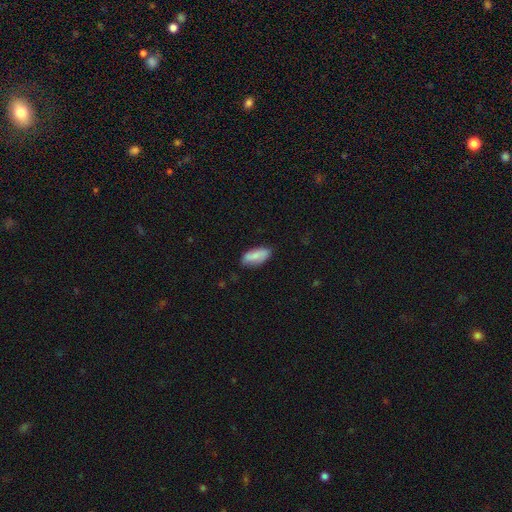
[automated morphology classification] Smooth or featured?
  - smooth: 80% *
  - featured or disk: 14%
  - star or artifact: 6%
How rounded?
  - in between: 83% *
  - cigar-shaped: 14%
  - round: 2%
Merging?
  - none: 78% *
  - minor disturbance: 18%
  - major disturbance: 3%
  - merger: 1%